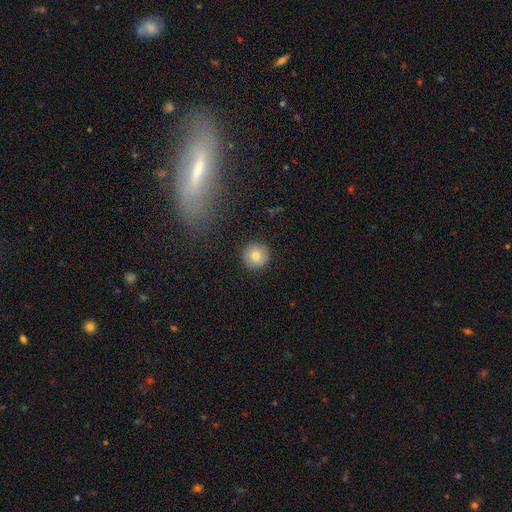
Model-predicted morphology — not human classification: Overall: smooth (78%). How rounded: round (96%). Merging: none (91%).